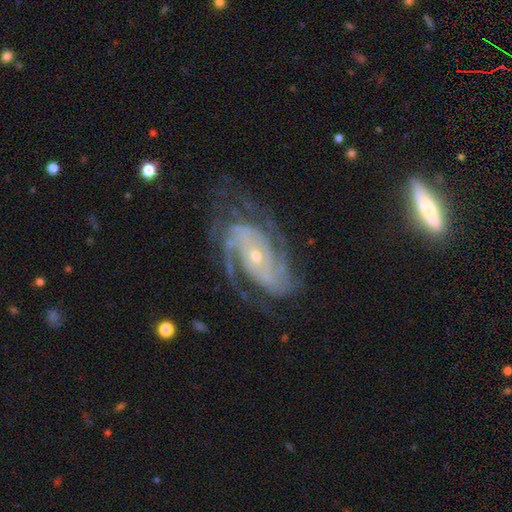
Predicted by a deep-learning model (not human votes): A featured or disk galaxy (91%) with no bar (63%), 2 (41%) tight (58%) spiral arms (97%) and a small central bulge (70%).

Vote fractions:
- Smooth or featured? featured or disk: 91% / star or artifact: 5% / smooth: 4%
- Edge-on disk? no: 96% / yes: 4%
- Bar? no: 63% / weak: 25% / strong: 12%
- Spiral arms? yes: 97% / no: 3%
- Spiral winding? tight: 58% / medium: 35% / loose: 7%
- Spiral arm count? 2: 41% / 3: 21% / can't tell: 17% / 4: 9% / more than 4: 6% / 1: 6%
- Bulge size? small: 70% / moderate: 27% / large: 1% / none: 1% / dominant: 1%
- Merging? none: 67% / minor disturbance: 18% / major disturbance: 13% / merger: 2%